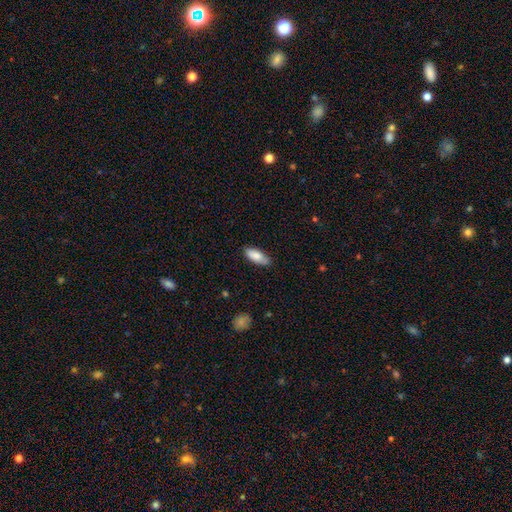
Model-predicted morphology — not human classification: A smooth galaxy with no disk features (85%) that is in between round and cigar-shaped (81%). Merging: none (75%).